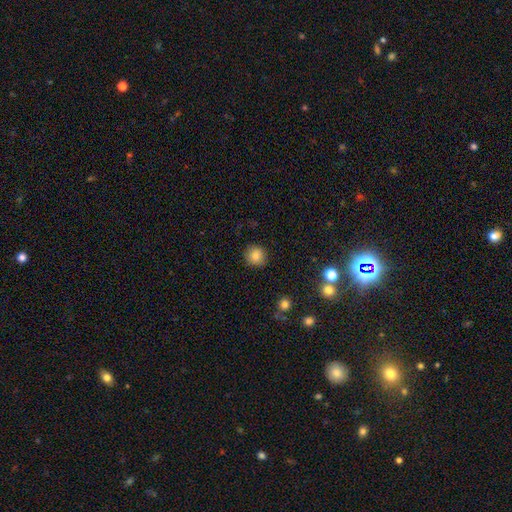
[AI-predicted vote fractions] smooth-or-featured: smooth: 84% | star or artifact: 10% | featured or disk: 6%
  how-rounded: round: 92% | in between: 7% | cigar-shaped: 1%
  merging: none: 90% | minor disturbance: 7% | major disturbance: 2% | merger: 1%